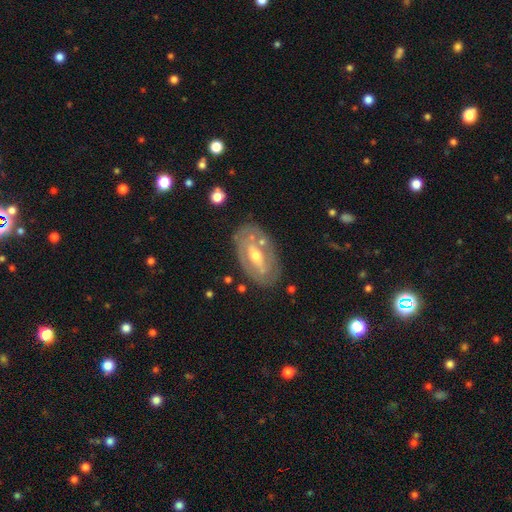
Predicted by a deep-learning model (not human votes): Smooth or featured? Predicted: featured or disk (p=0.73). Edge-on disk? Predicted: no (p=0.90). Bar? Predicted: weak (p=0.35). Spiral arms? Predicted: no (p=0.52). Bulge size? Predicted: moderate (p=0.61). Merging? Predicted: none (p=0.75).